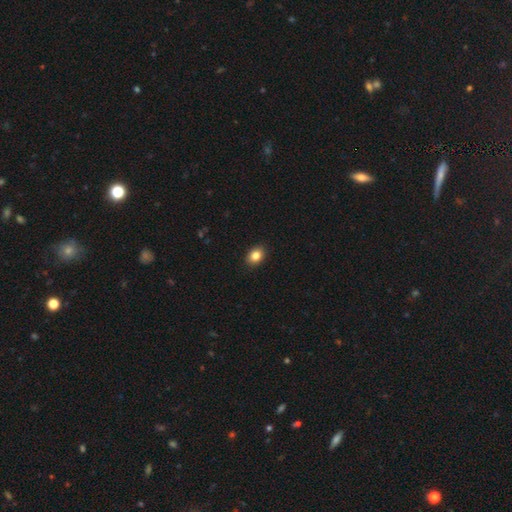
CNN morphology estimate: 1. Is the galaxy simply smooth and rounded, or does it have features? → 85% smooth, 10% star or artifact, 6% featured or disk.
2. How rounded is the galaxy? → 61% in between, 38% round, 1% cigar-shaped.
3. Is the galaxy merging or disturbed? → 91% none, 7% minor disturbance, 2% major disturbance, 1% merger.